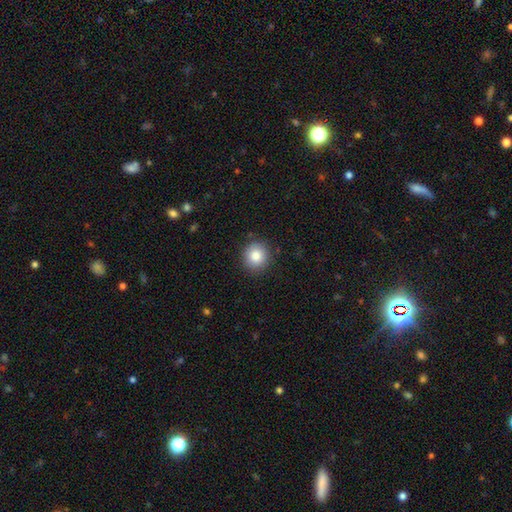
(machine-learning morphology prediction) Smooth or featured: smooth — 85% (star or artifact — 9%)
How rounded: round — 88% (in between — 11%)
Merging: none — 88% (minor disturbance — 9%)